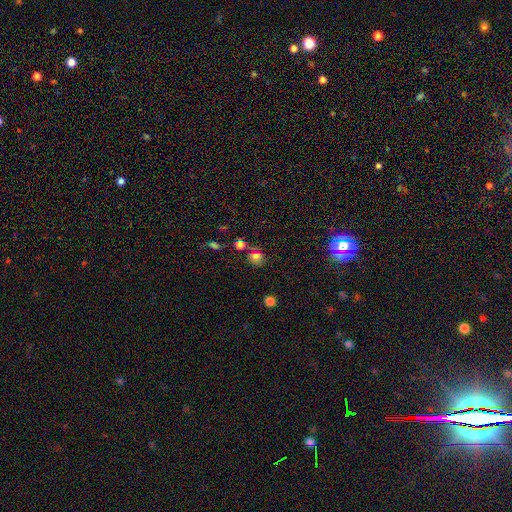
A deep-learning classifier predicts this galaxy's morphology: smooth_or_featured: smooth (p=0.71) [alt: star or artifact p=0.21]
how_rounded: round (p=0.80) [alt: in between p=0.19]
merging: none (p=0.71) [alt: minor disturbance p=0.13]